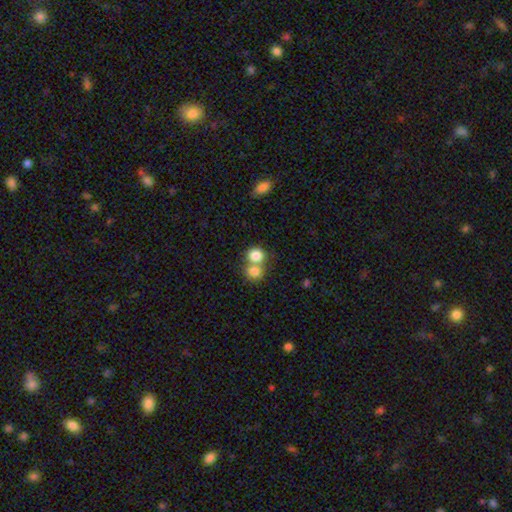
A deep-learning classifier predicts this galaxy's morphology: This is clearly a smooth galaxy (81%). How rounded: likely round (79%). Merging: possibly merger (52%).